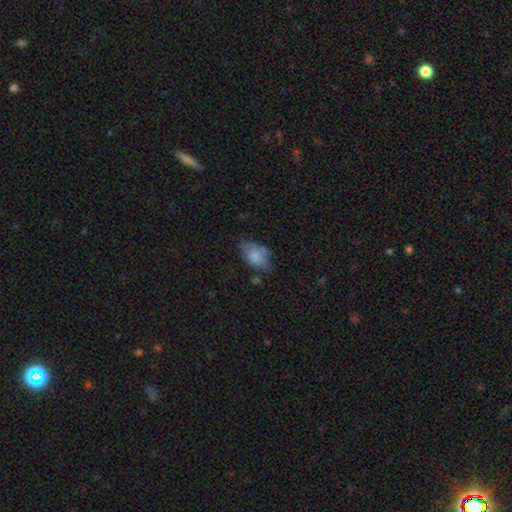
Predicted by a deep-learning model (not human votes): Morphology: type=smooth (74%); roundness=in between (89%); merging=none (46%).